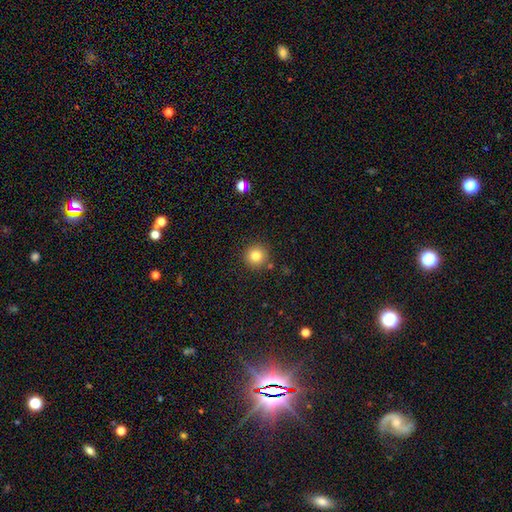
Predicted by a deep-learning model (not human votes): Morphology: type=smooth (81%); roundness=round (95%); merging=none (88%).